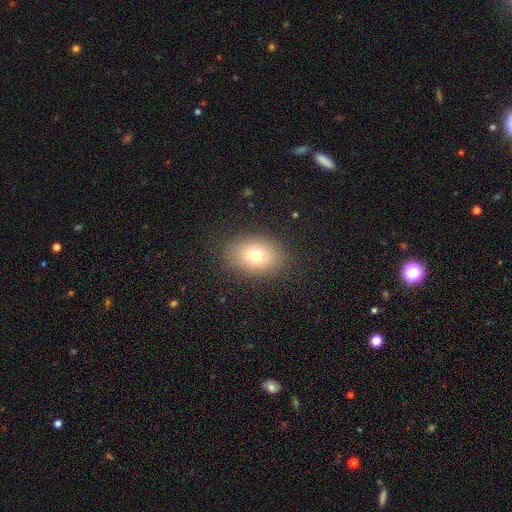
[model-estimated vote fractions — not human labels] Smooth or featured?
  - smooth: 75% *
  - featured or disk: 13%
  - star or artifact: 12%
How rounded?
  - in between: 71% *
  - round: 28%
  - cigar-shaped: 1%
Merging?
  - none: 86% *
  - minor disturbance: 9%
  - major disturbance: 4%
  - merger: 1%